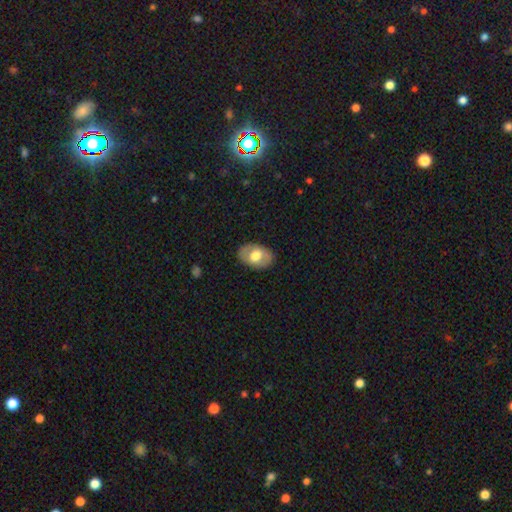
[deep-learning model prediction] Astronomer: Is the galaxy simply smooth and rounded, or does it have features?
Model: smooth — 59%.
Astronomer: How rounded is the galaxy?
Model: in between — 86%.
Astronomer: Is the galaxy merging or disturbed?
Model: none — 84%.